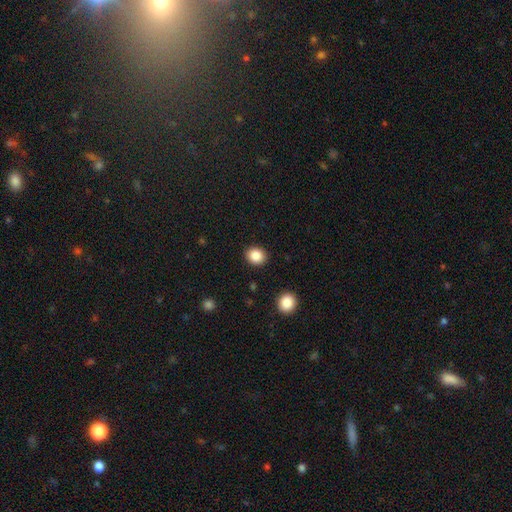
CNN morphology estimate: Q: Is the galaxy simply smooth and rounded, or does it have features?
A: smooth — 87%.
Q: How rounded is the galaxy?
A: round — 69%.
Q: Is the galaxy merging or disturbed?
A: none — 90%.